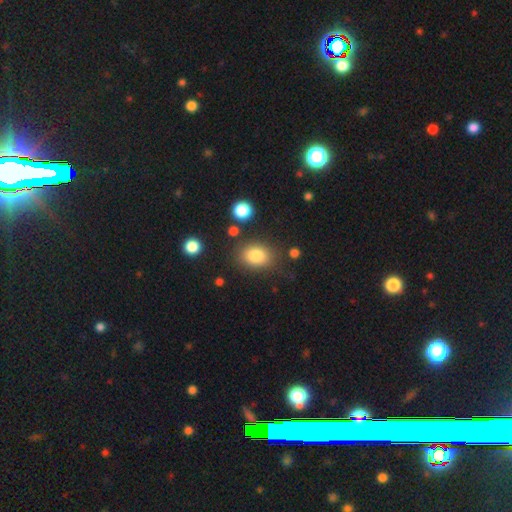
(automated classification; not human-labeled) This is clearly a smooth galaxy (83%). How rounded: likely in between (67%). Merging: likely none (80%).